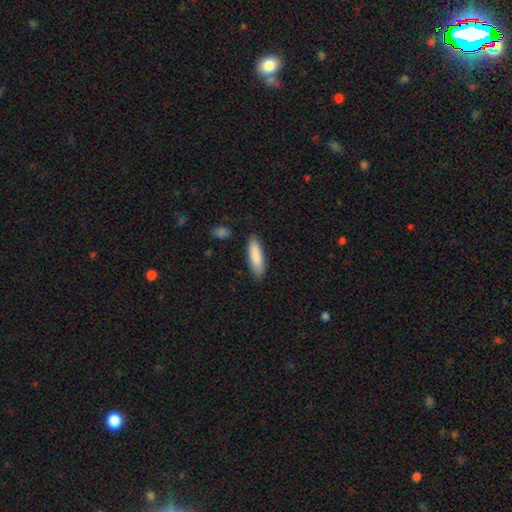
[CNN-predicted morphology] Smooth or featured? Predicted: smooth (p=0.86). How rounded? Predicted: cigar-shaped (p=0.55). Merging? Predicted: none (p=0.86).